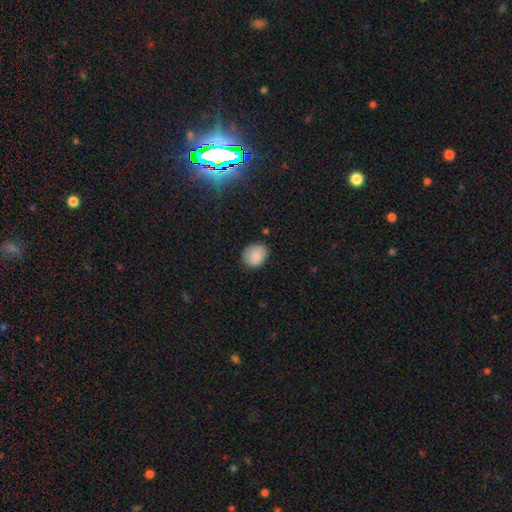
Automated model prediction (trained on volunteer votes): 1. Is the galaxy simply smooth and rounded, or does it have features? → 87% smooth, 8% star or artifact, 5% featured or disk.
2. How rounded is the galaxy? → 54% in between, 45% round, 1% cigar-shaped.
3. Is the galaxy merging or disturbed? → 81% none, 15% minor disturbance, 3% major disturbance, 1% merger.